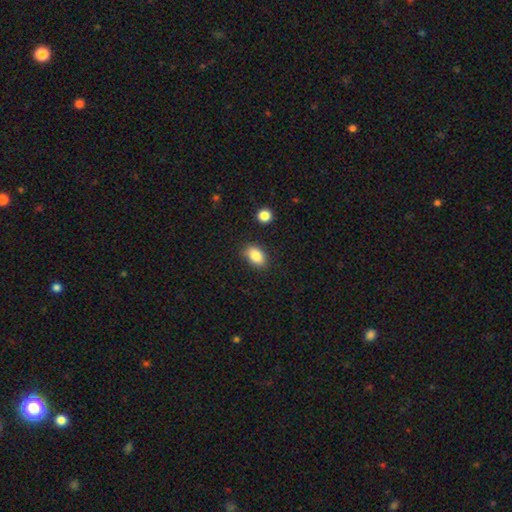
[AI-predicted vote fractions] Smooth or featured?
  - smooth: 86% *
  - star or artifact: 8%
  - featured or disk: 6%
How rounded?
  - in between: 86% *
  - round: 12%
  - cigar-shaped: 2%
Merging?
  - none: 82% *
  - minor disturbance: 13%
  - major disturbance: 3%
  - merger: 2%